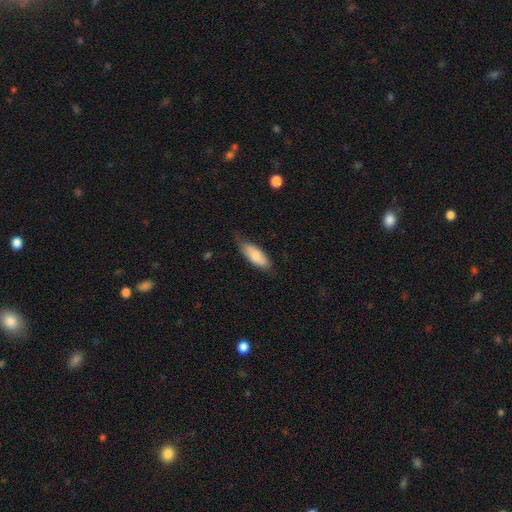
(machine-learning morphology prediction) Overall: smooth (79%). How rounded: in between (77%). Merging: none (61%; minor disturbance 30%).